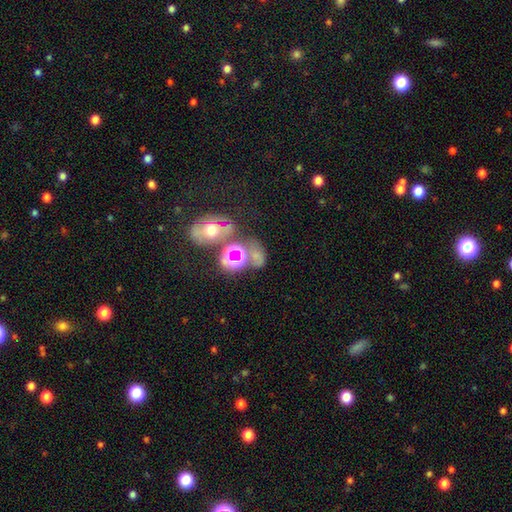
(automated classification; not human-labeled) A smooth galaxy with no disk features (42%).

Vote fractions:
- Smooth or featured? smooth: 42% / star or artifact: 39% / featured or disk: 19%
- Merging? none: 45% / merger: 24% / minor disturbance: 16% / major disturbance: 15%